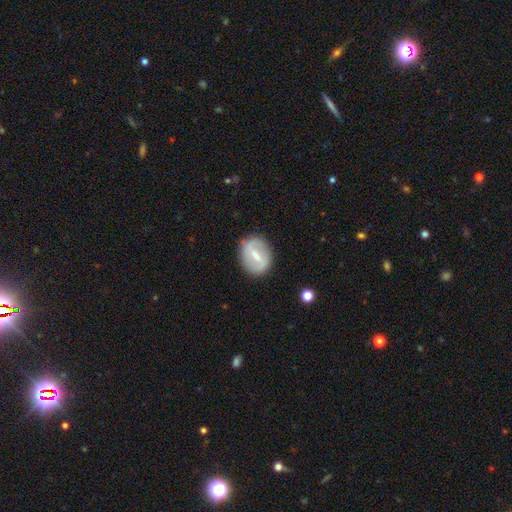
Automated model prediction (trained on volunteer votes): Smooth or featured: featured or disk — 57% (smooth — 37%)
Edge-on disk: no — 94% (yes — 6%)
Bar: strong — 54% (weak — 37%)
Spiral arms: no — 60% (yes — 40%)
Bulge size: small — 44% (moderate — 38%)
Merging: none — 82% (minor disturbance — 13%)